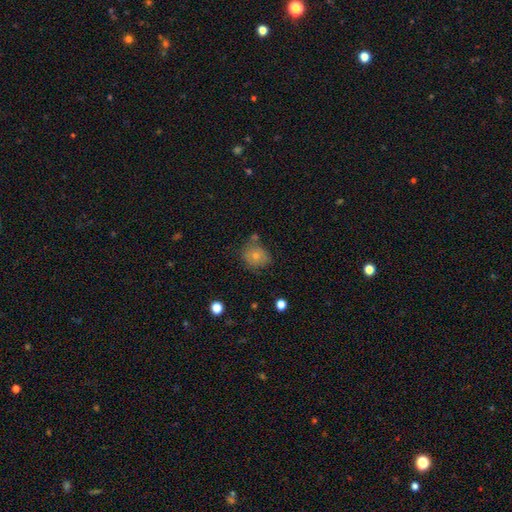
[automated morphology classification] A smooth galaxy with no disk features (73%) that is round (70%).

Vote fractions:
- Smooth or featured? smooth: 73% / featured or disk: 17% / star or artifact: 10%
- How rounded? round: 70% / in between: 29% / cigar-shaped: 1%
- Merging? none: 62% / minor disturbance: 21% / merger: 11% / major disturbance: 6%